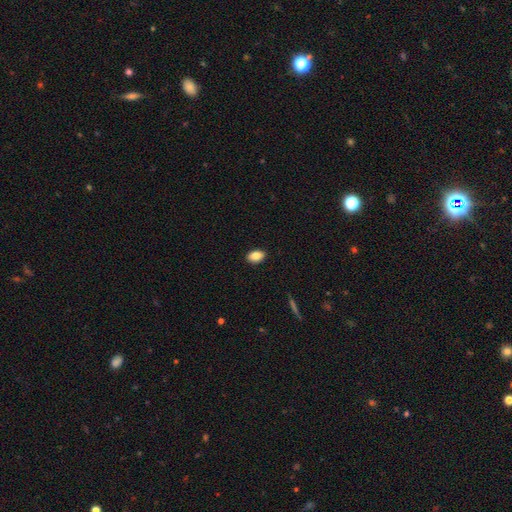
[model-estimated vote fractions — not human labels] smooth 85%, star or artifact 8%, featured or disk 7%. Down the decision tree: how rounded — in between (89%); merging — none (90%).